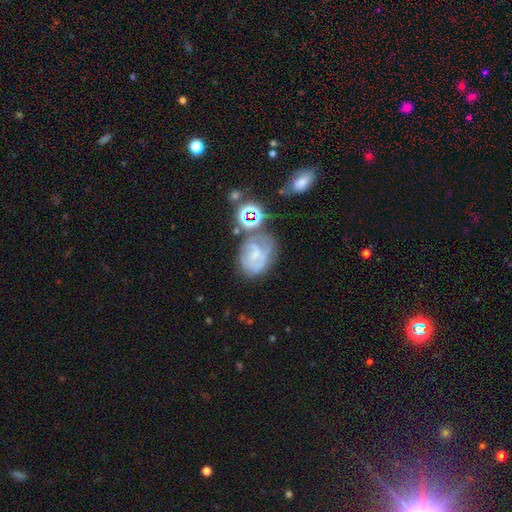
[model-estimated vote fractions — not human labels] Smooth or featured?
  - featured or disk: 59% *
  - smooth: 26%
  - star or artifact: 15%
Edge-on disk?
  - no: 97% *
  - yes: 3%
Bar?
  - no: 54% *
  - weak: 37%
  - strong: 9%
Spiral arms?
  - yes: 72% *
  - no: 28%
Bulge size?
  - small: 41% *
  - none: 35%
  - moderate: 20%
  - large: 3%
  - dominant: 2%
Merging?
  - none: 43% *
  - minor disturbance: 24%
  - major disturbance: 19%
  - merger: 14%